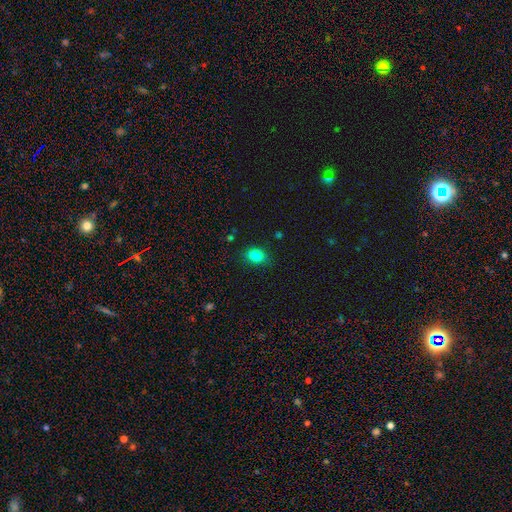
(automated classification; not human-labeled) Smooth or featured? Predicted: smooth (p=0.84). How rounded? Predicted: in between (p=0.59). Merging? Predicted: none (p=0.82).